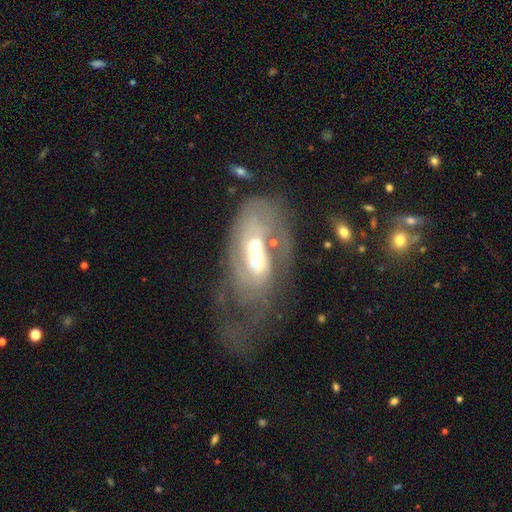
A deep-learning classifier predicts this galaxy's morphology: Smooth or featured?
  - featured or disk: 66% *
  - smooth: 24%
  - star or artifact: 10%
Edge-on disk?
  - no: 90% *
  - yes: 10%
Bar?
  - no: 59% *
  - weak: 30%
  - strong: 11%
Spiral arms?
  - yes: 52% *
  - no: 48%
Bulge size?
  - moderate: 55% *
  - small: 33%
  - large: 8%
  - none: 2%
  - dominant: 2%
Merging?
  - major disturbance: 37% *
  - none: 23%
  - merger: 21%
  - minor disturbance: 19%